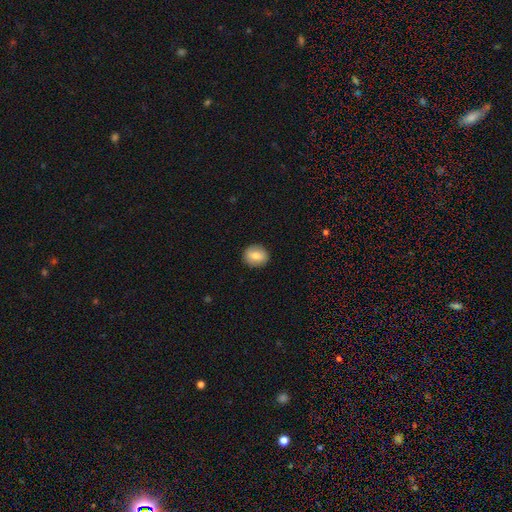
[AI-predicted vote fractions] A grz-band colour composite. It shows a smooth galaxy with no disk features (76%) that is round (71%). Merging: none (90%).